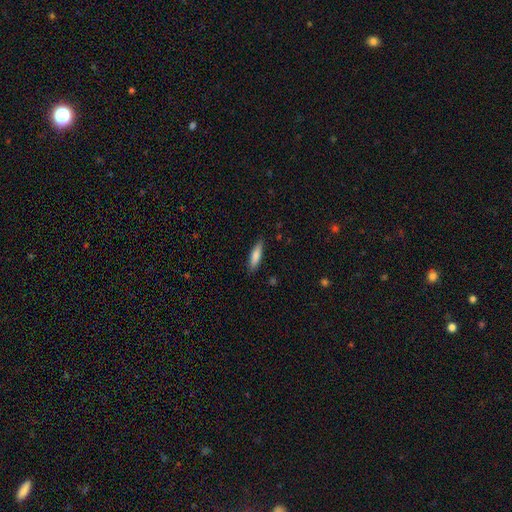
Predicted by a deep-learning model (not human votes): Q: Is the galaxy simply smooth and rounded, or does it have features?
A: smooth — 80%.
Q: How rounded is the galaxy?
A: cigar-shaped — 66%.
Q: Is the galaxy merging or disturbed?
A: none — 86%.